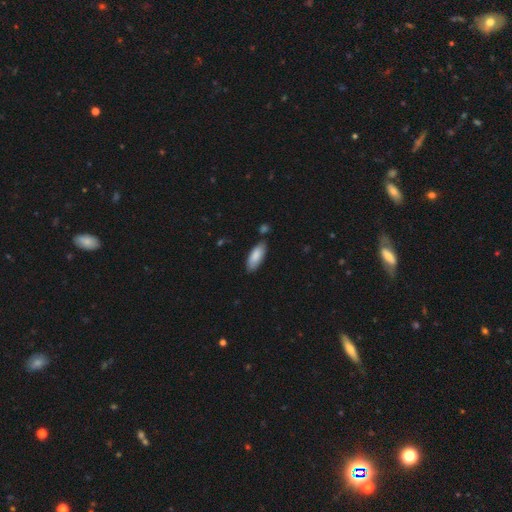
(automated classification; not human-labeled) Smooth or featured? Predicted: smooth (p=0.85). How rounded? Predicted: in between (p=0.77). Merging? Predicted: none (p=0.79).